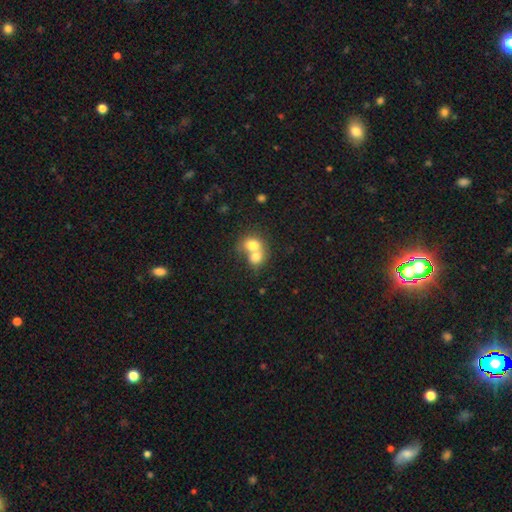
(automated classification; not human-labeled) The model was most divided on "how rounded": round: 69%, in between: 30%, cigar-shaped: 1%. More confident: merging — merger (68%); smooth or featured — smooth (67%).